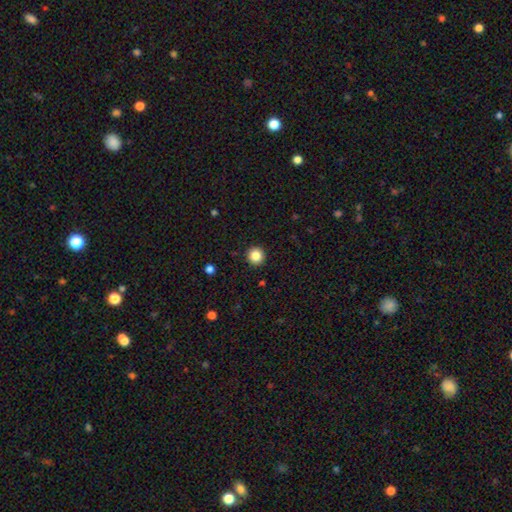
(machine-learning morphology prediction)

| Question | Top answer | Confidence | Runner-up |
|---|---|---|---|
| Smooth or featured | smooth | 85% | star or artifact (11%) |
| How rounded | round | 95% | in between (4%) |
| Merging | none | 93% | minor disturbance (4%) |